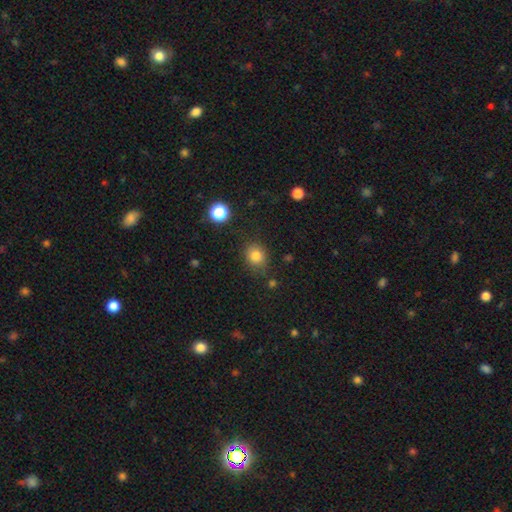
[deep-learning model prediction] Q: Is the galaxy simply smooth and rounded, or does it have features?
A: smooth — 81%.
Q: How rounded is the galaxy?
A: round — 74%.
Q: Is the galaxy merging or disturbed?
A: none — 81%.